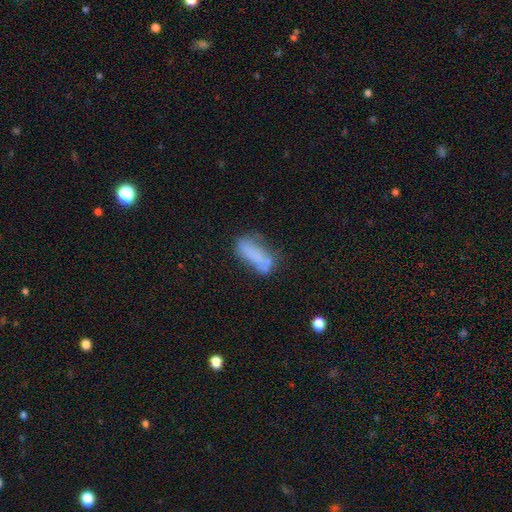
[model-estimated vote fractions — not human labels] Smooth or featured: smooth — 61% (featured or disk — 28%)
How rounded: in between — 68% (cigar-shaped — 29%)
Merging: none — 42% (minor disturbance — 26%)